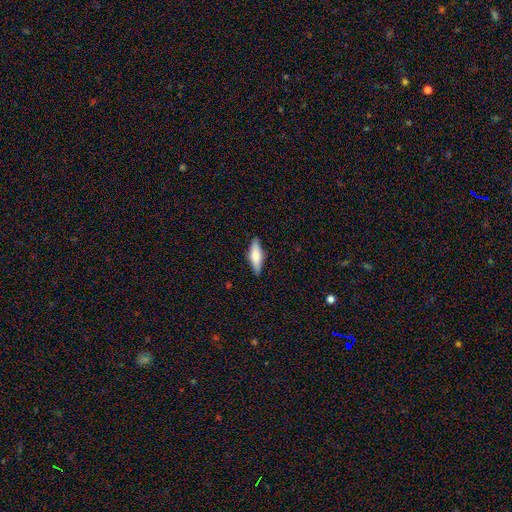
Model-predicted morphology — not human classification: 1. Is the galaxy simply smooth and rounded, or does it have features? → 66% smooth, 28% featured or disk, 6% star or artifact.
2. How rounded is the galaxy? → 51% in between, 47% cigar-shaped, 2% round.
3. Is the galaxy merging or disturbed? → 87% none, 10% minor disturbance, 2% major disturbance, 1% merger.